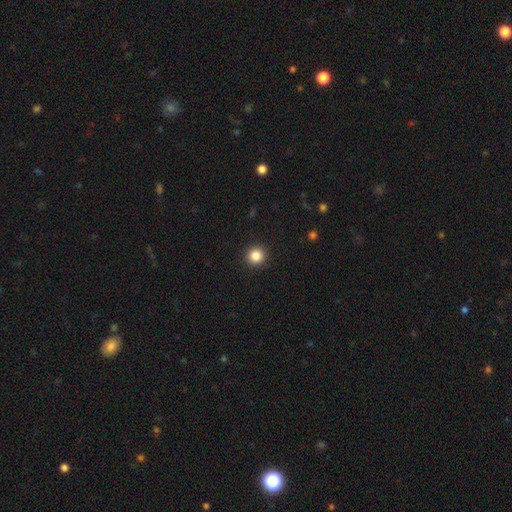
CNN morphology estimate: smooth 86%, star or artifact 11%, featured or disk 4%. Down the decision tree: how rounded — round (94%); merging — none (93%).